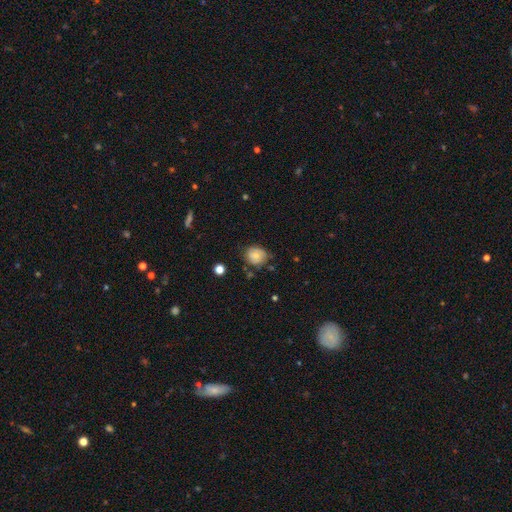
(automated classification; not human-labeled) The model was most divided on "smooth or featured": smooth: 66%, featured or disk: 24%, star or artifact: 10%. More confident: how rounded — round (73%); merging — none (69%).